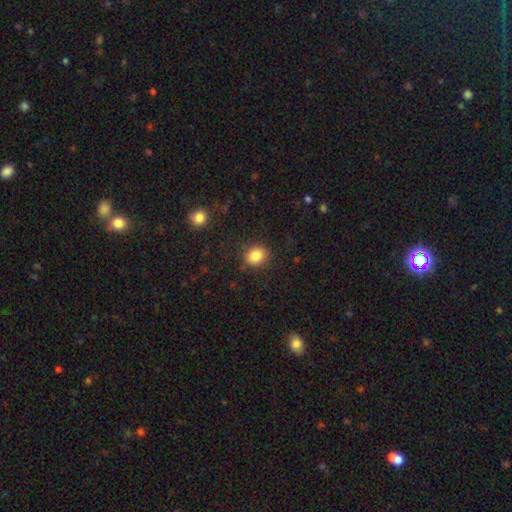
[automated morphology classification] This appears to be a smooth galaxy with no disk features (85%) that is round (67%). Merging: none (87%).